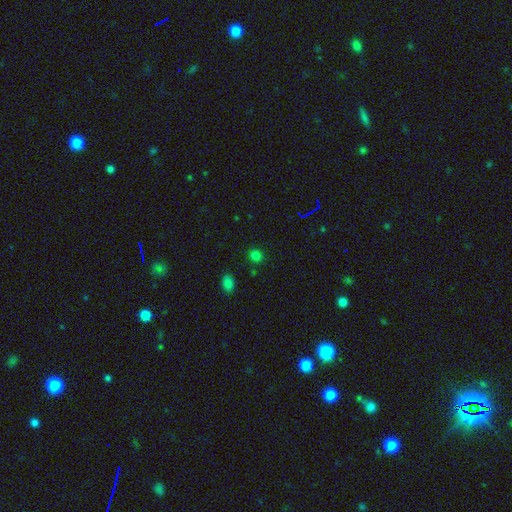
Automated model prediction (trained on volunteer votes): smooth-or-featured: smooth: 76% | star or artifact: 20% | featured or disk: 4%
  how-rounded: round: 80% | in between: 19% | cigar-shaped: 1%
  merging: none: 86% | minor disturbance: 8% | merger: 3% | major disturbance: 3%